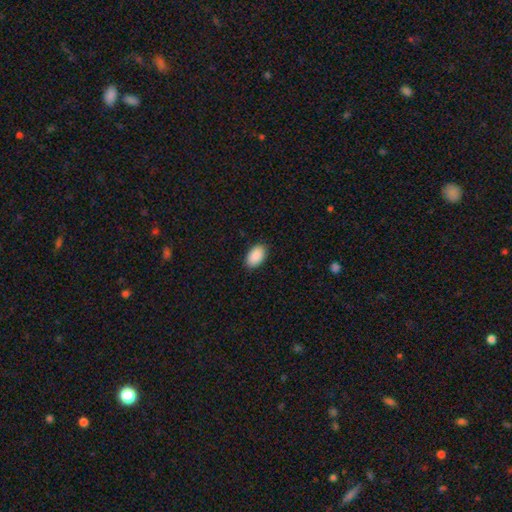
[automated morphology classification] A smooth galaxy with no disk features (91%) that is in between round and cigar-shaped (94%).

Vote fractions:
- Smooth or featured? smooth: 91% / star or artifact: 6% / featured or disk: 3%
- How rounded? in between: 94% / round: 5% / cigar-shaped: 1%
- Merging? none: 89% / minor disturbance: 9% / major disturbance: 2% / merger: 1%